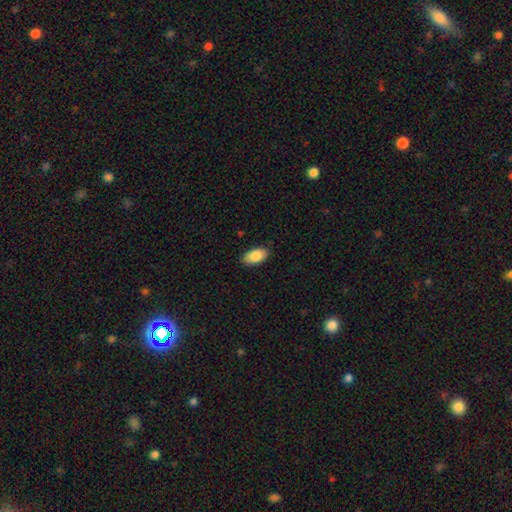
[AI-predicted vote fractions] smooth 86%, featured or disk 7%, star or artifact 6%. Down the decision tree: how rounded — in between (94%); merging — none (87%).